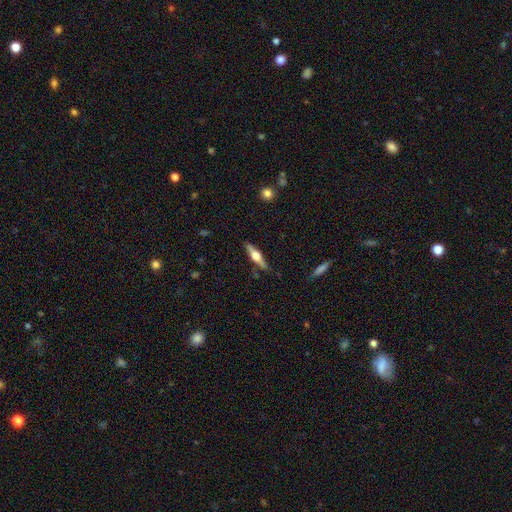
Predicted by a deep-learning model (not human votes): Overall: featured or disk (68%). Edge-on disk: yes (97%). Edge-on bulge: rounded (93%). Merging: none (85%).